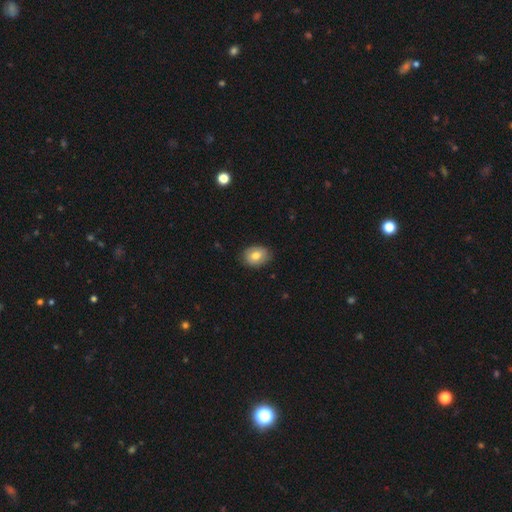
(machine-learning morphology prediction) type=smooth (76%); roundness=in between (58%); merging=none (83%).